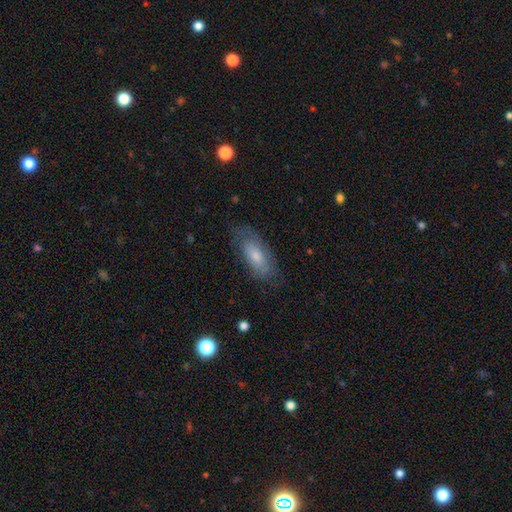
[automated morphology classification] The model was most divided on "smooth or featured": smooth: 61%, featured or disk: 32%, star or artifact: 7%. More confident: how rounded — in between (83%); merging — none (70%).